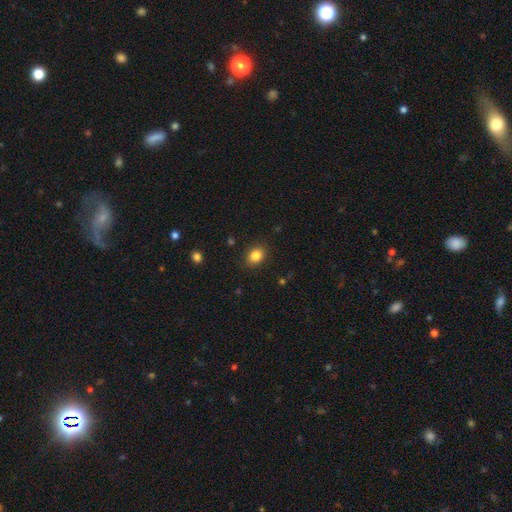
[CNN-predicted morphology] smooth 85%, star or artifact 10%, featured or disk 5%. Down the decision tree: how rounded — in between (58%); merging — none (87%).